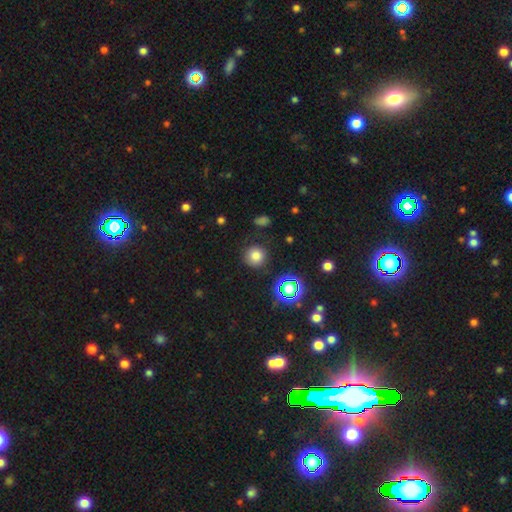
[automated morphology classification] smooth-or-featured: smooth: 75% | star or artifact: 18% | featured or disk: 7%
  how-rounded: round: 94% | in between: 5% | cigar-shaped: 1%
  merging: none: 86% | minor disturbance: 9% | major disturbance: 3% | merger: 2%